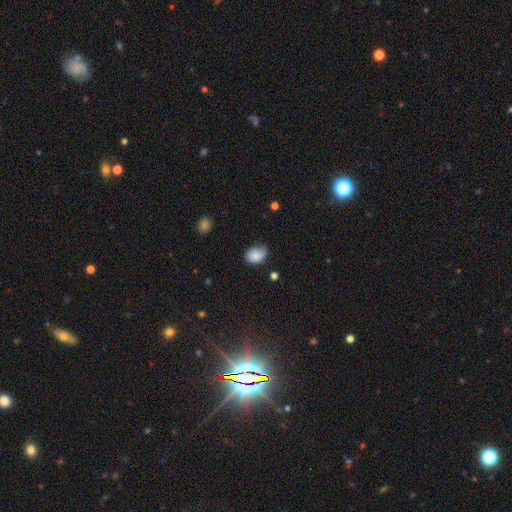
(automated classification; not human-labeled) Smooth or featured?
  - smooth: 81% *
  - featured or disk: 11%
  - star or artifact: 9%
How rounded?
  - in between: 71% *
  - round: 28%
  - cigar-shaped: 1%
Merging?
  - none: 51% *
  - minor disturbance: 38%
  - major disturbance: 9%
  - merger: 2%